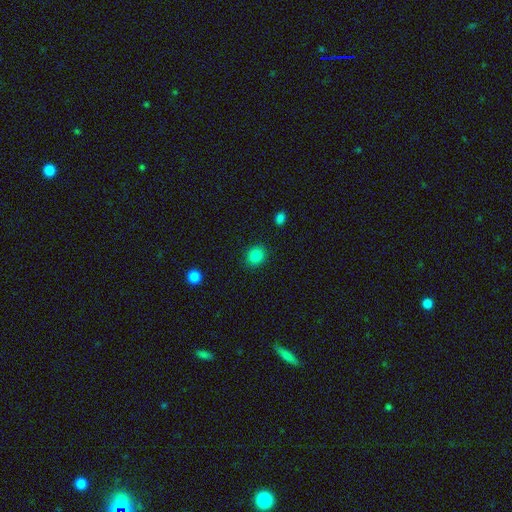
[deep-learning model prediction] Q: Smooth or featured?
A: smooth (86%); runner-up: star or artifact (10%)
Q: How rounded?
A: round (73%); runner-up: in between (26%)
Q: Merging?
A: none (89%); runner-up: minor disturbance (7%)